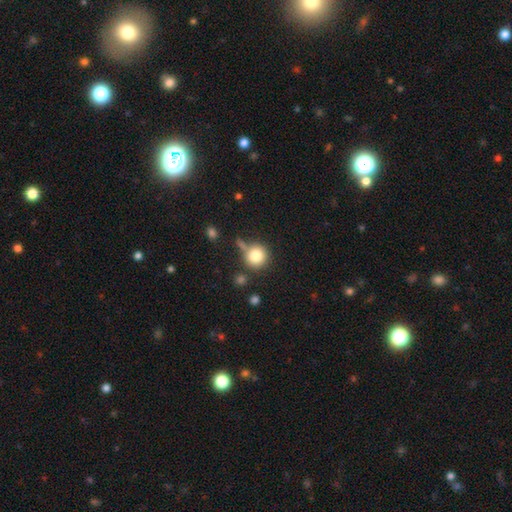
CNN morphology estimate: This appears to be a smooth galaxy with no disk features (81%) that is round (92%). Merging: none (67%).